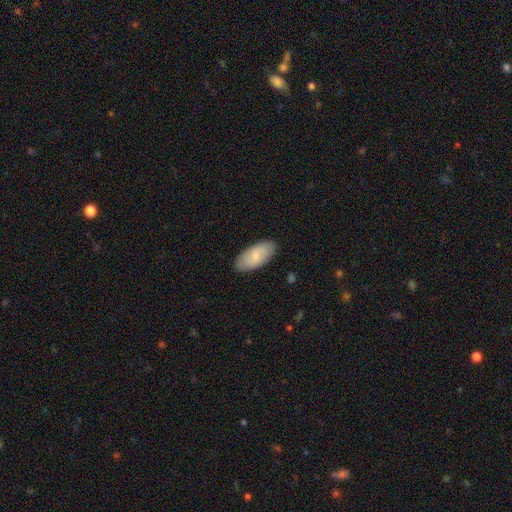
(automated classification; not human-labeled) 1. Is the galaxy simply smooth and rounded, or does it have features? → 74% smooth, 20% featured or disk, 5% star or artifact.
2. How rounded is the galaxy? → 91% in between, 7% cigar-shaped, 2% round.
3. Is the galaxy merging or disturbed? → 88% none, 9% minor disturbance, 2% major disturbance, 1% merger.